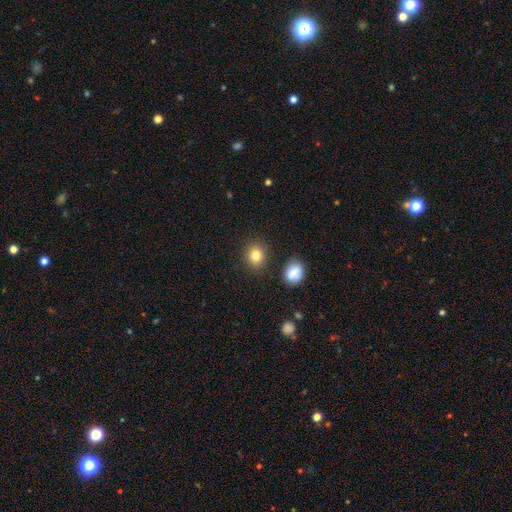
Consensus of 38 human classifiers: Smooth or featured: smooth — 84% (featured or disk — 8%)
How rounded: round — 66% (in between — 34%)
Merging: none — 86% (minor disturbance — 9%)